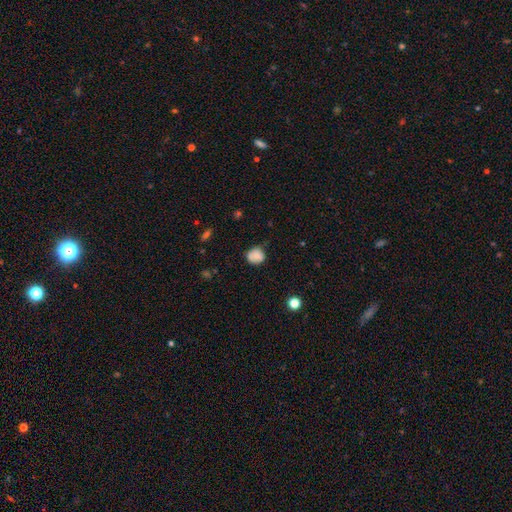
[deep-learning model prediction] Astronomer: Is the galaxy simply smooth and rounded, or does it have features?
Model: smooth — 77%.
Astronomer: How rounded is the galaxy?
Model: round — 78%.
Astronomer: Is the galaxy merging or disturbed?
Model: none — 57%.